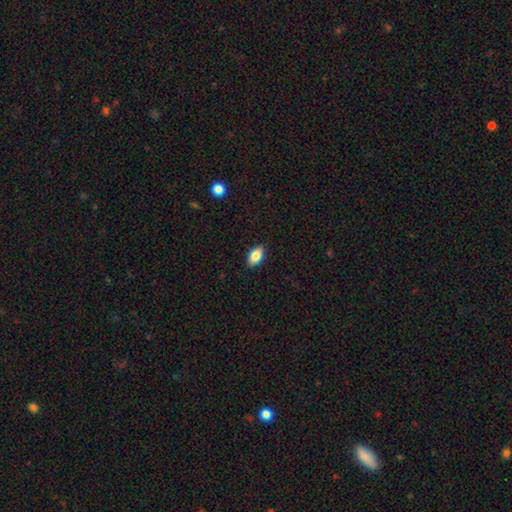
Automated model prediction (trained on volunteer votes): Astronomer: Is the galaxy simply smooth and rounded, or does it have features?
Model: smooth — 83%.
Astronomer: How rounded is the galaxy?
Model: in between — 91%.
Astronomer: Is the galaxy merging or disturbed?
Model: none — 88%.